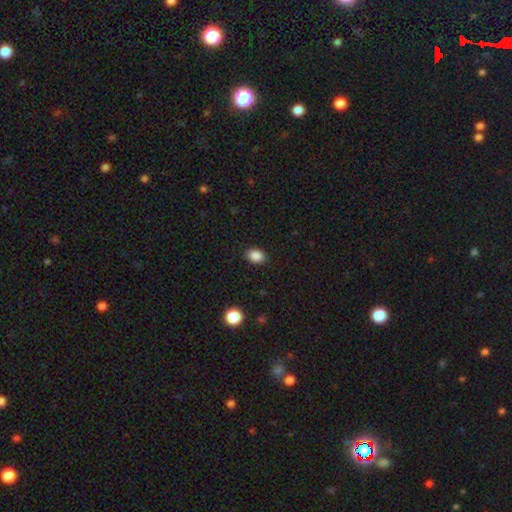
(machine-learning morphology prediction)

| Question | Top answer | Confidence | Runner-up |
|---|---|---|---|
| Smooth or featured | smooth | 88% | star or artifact (9%) |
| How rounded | in between | 75% | round (24%) |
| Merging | none | 89% | minor disturbance (8%) |